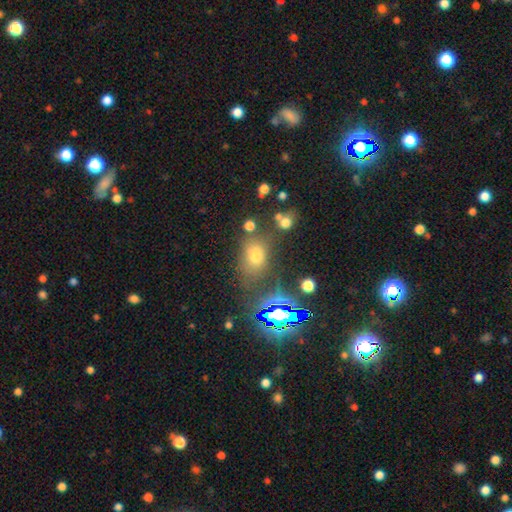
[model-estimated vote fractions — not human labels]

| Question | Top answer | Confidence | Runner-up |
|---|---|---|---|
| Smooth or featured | smooth | 64% | star or artifact (24%) |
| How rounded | in between | 69% | round (29%) |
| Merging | none | 68% | minor disturbance (15%) |